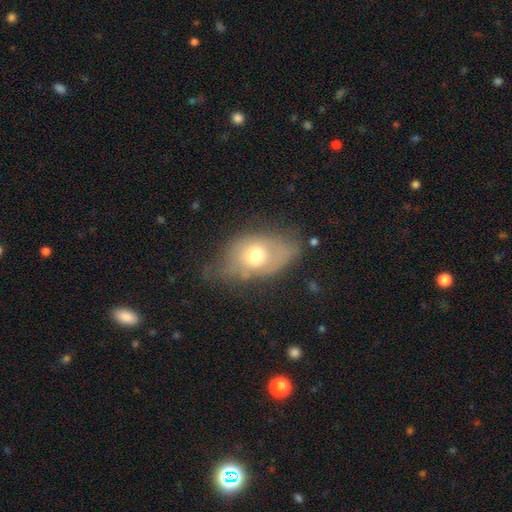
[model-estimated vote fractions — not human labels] Q: Smooth or featured?
A: smooth (58%); runner-up: featured or disk (33%)
Q: How rounded?
A: in between (81%); runner-up: round (17%)
Q: Merging?
A: none (40%); runner-up: minor disturbance (37%)